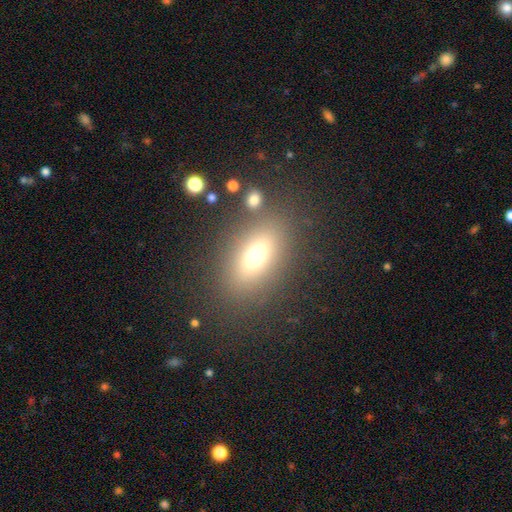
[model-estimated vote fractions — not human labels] smooth_or_featured: smooth (p=0.65) [alt: featured or disk p=0.21]
how_rounded: in between (p=0.77) [alt: cigar-shaped p=0.12]
merging: none (p=0.79) [alt: minor disturbance p=0.10]